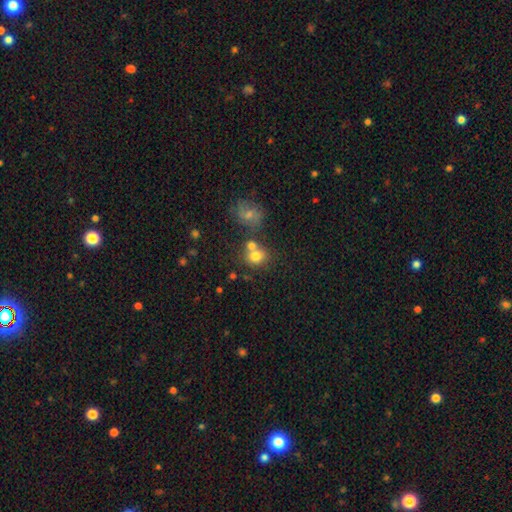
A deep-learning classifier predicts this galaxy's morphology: A smooth galaxy with no disk features (76%) that is round (71%).

Vote fractions:
- Smooth or featured? smooth: 76% / star or artifact: 12% / featured or disk: 11%
- How rounded? round: 71% / in between: 28% / cigar-shaped: 1%
- Merging? none: 48% / merger: 37% / minor disturbance: 10% / major disturbance: 4%